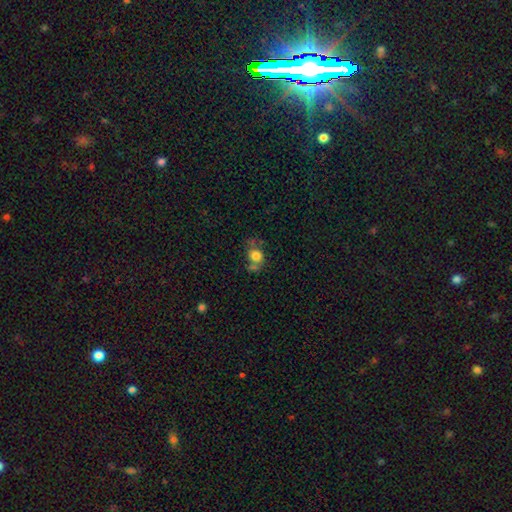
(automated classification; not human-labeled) A smooth galaxy with no disk features (70%) that is round (58%).

Vote fractions:
- Smooth or featured? smooth: 70% / featured or disk: 18% / star or artifact: 11%
- How rounded? round: 58% / in between: 41% / cigar-shaped: 1%
- Merging? none: 42% / minor disturbance: 22% / merger: 22% / major disturbance: 14%